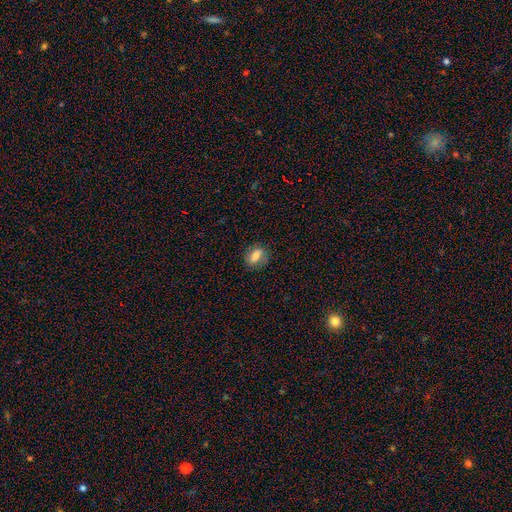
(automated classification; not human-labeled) smooth-or-featured: smooth: 76% | featured or disk: 15% | star or artifact: 9%
  how-rounded: in between: 73% | round: 19% | cigar-shaped: 8%
  merging: none: 80% | minor disturbance: 15% | major disturbance: 4% | merger: 1%